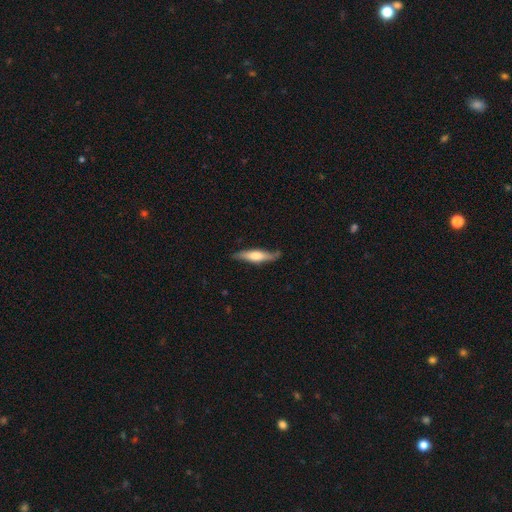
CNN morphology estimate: Smooth or featured? featured or disk (49%)
Merging? none (77%)